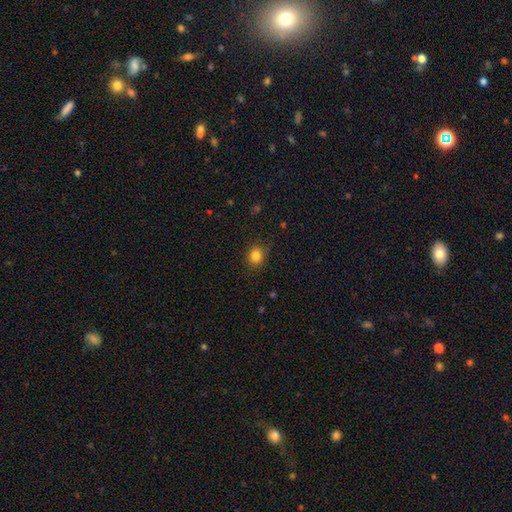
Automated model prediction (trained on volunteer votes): The model was most divided on "how rounded": round: 67%, in between: 32%, cigar-shaped: 1%. More confident: smooth or featured — smooth (84%); merging — none (83%).